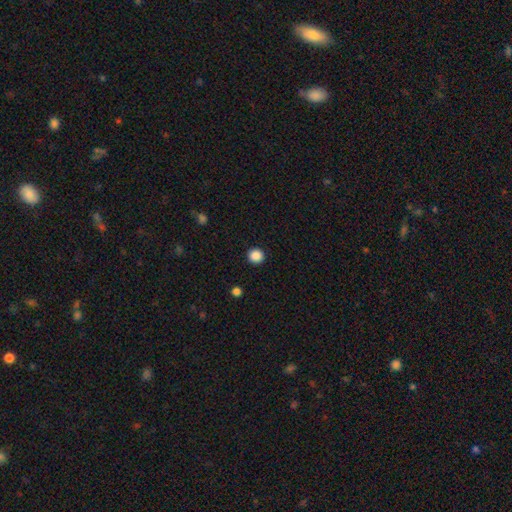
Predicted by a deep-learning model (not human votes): The model was most divided on "smooth or featured": smooth: 88%, star or artifact: 10%, featured or disk: 2%. More confident: how rounded — round (93%); merging — none (93%).